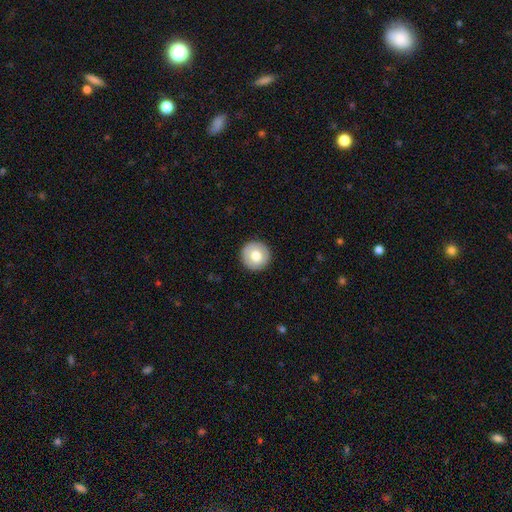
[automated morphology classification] Smooth or featured: smooth — 76% (featured or disk — 17%)
How rounded: round — 96% (in between — 3%)
Merging: none — 92% (minor disturbance — 5%)